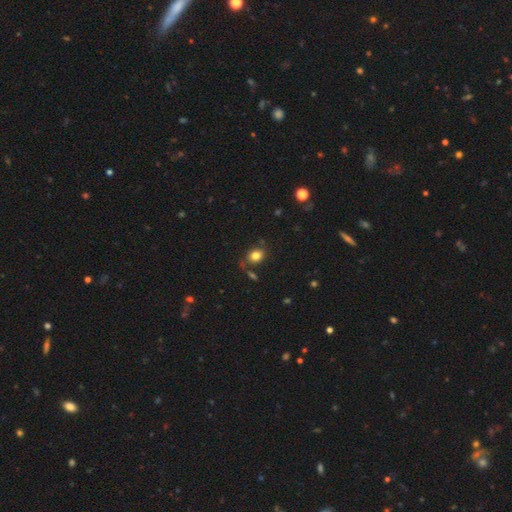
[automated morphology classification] smooth_or_featured: smooth (p=0.80) [alt: star or artifact p=0.11]
how_rounded: round (p=0.50) [alt: in between p=0.49]
merging: none (p=0.71) [alt: minor disturbance p=0.15]